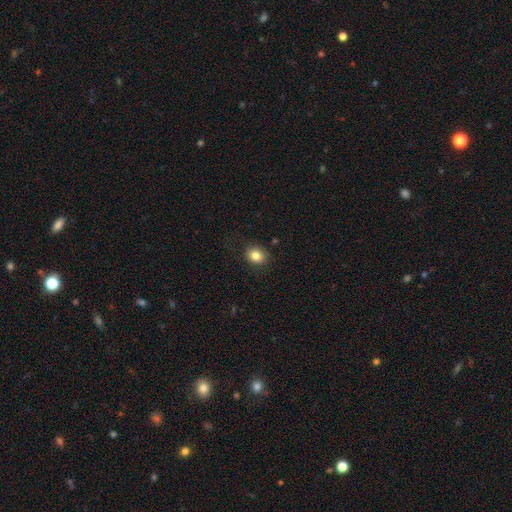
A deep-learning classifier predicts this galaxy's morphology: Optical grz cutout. It shows a smooth galaxy with no disk features (83%) that is round (63%). Merging: none (85%).